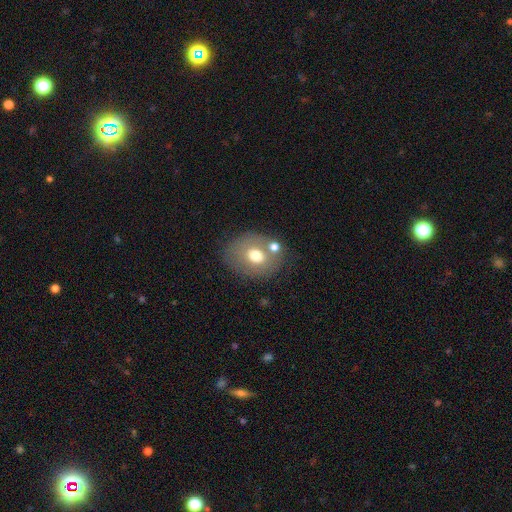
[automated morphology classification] This is likely a smooth galaxy (64%). How rounded: possibly in between (52%). Merging: likely none (65%).